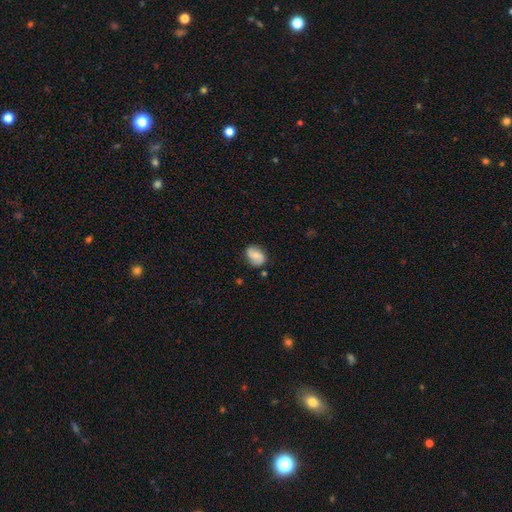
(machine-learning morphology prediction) smooth_or_featured: smooth (p=0.49) [alt: featured or disk p=0.43]
merging: none (p=0.75) [alt: minor disturbance p=0.18]